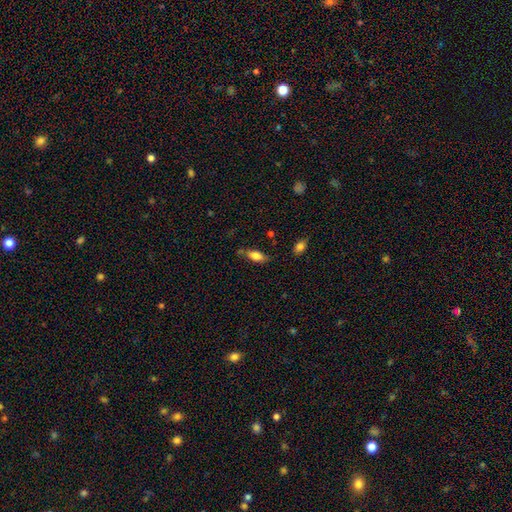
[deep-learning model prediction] The model was most divided on "merging": none: 64%, minor disturbance: 24%, major disturbance: 7%, merger: 5%. More confident: how rounded — in between (78%); smooth or featured — smooth (75%).